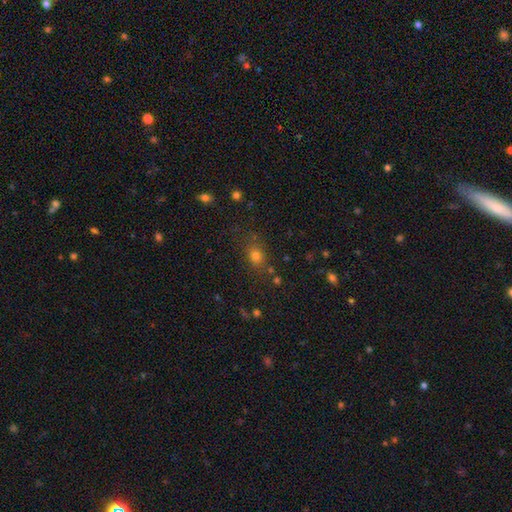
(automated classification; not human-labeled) smooth-or-featured: smooth: 71% | star or artifact: 20% | featured or disk: 9%
  how-rounded: round: 53% | in between: 45% | cigar-shaped: 2%
  merging: none: 77% | minor disturbance: 14% | major disturbance: 5% | merger: 4%